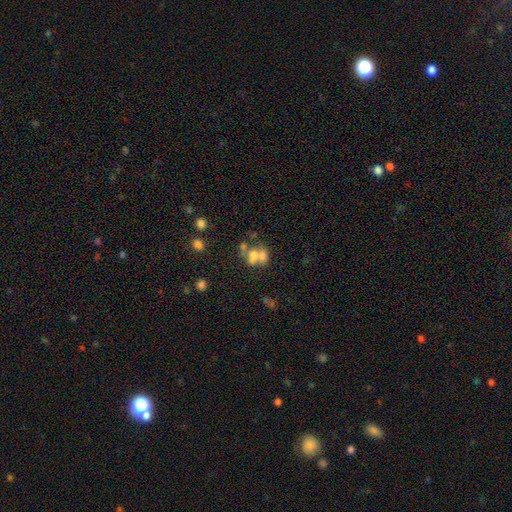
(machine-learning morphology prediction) This is possibly a smooth galaxy (55%). How rounded: possibly in between (55%). Merging: possibly merger (58%).